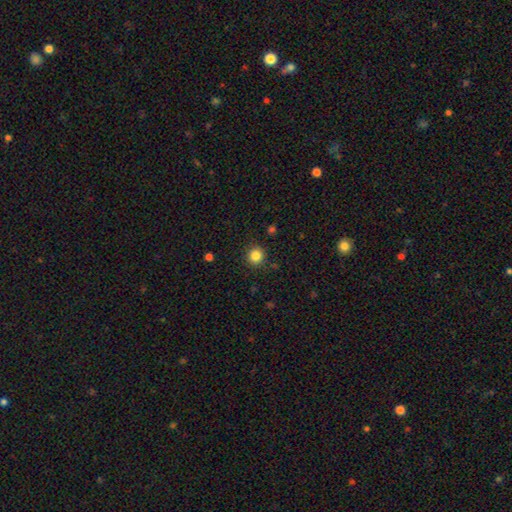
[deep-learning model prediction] smooth-or-featured: smooth: 84% | star or artifact: 11% | featured or disk: 5%
  how-rounded: round: 93% | in between: 6% | cigar-shaped: 1%
  merging: none: 90% | minor disturbance: 6% | major disturbance: 2% | merger: 1%